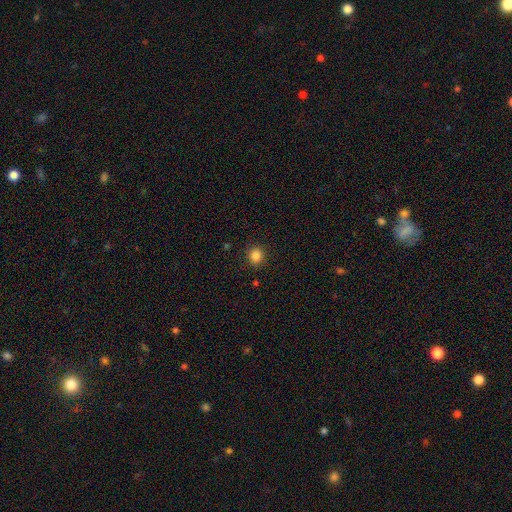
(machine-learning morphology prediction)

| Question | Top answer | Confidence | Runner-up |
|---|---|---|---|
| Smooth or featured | smooth | 84% | star or artifact (12%) |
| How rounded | round | 84% | in between (15%) |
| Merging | none | 90% | minor disturbance (6%) |